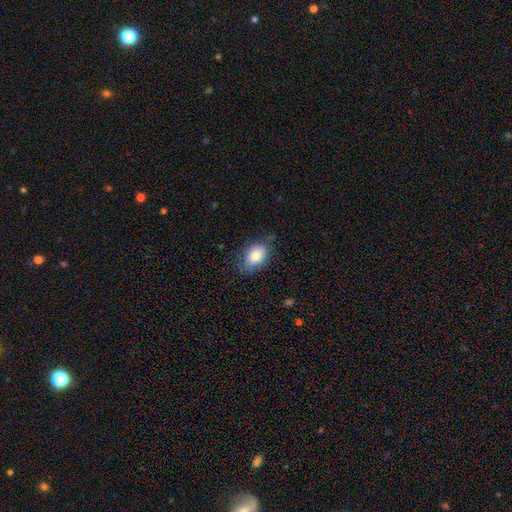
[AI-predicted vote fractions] This is clearly a smooth galaxy (82%). How rounded: clearly in between (83%). Merging: likely none (71%).